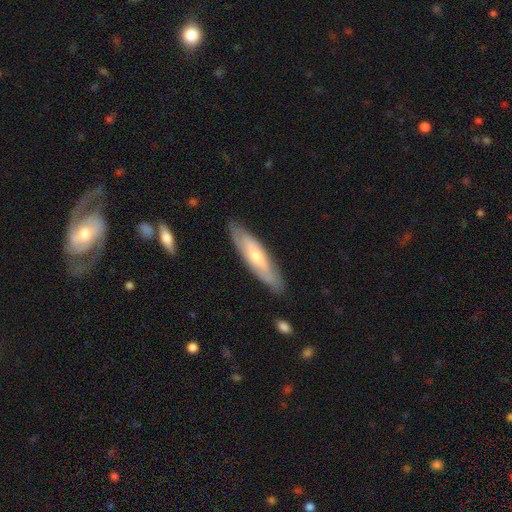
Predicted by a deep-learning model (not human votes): A featured or disk galaxy (57%).

Vote fractions:
- Smooth or featured? featured or disk: 57% / smooth: 38% / star or artifact: 5%
- Edge-on disk? no: 56% / yes: 44%
- Merging? none: 83% / minor disturbance: 13% / major disturbance: 3% / merger: 1%